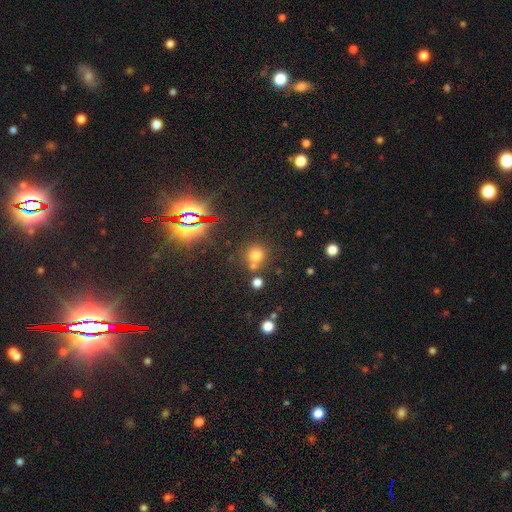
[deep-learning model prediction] Smooth or featured? smooth (66%)
How rounded? round (88%)
Merging? none (62%)